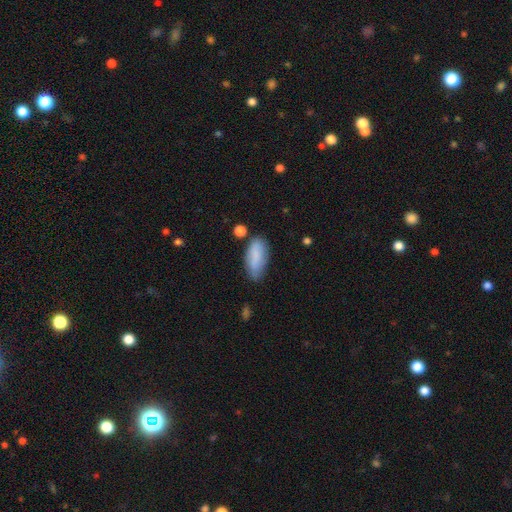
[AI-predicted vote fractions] Smooth or featured: smooth — 83% (featured or disk — 10%)
How rounded: in between — 85% (cigar-shaped — 13%)
Merging: none — 62% (minor disturbance — 27%)